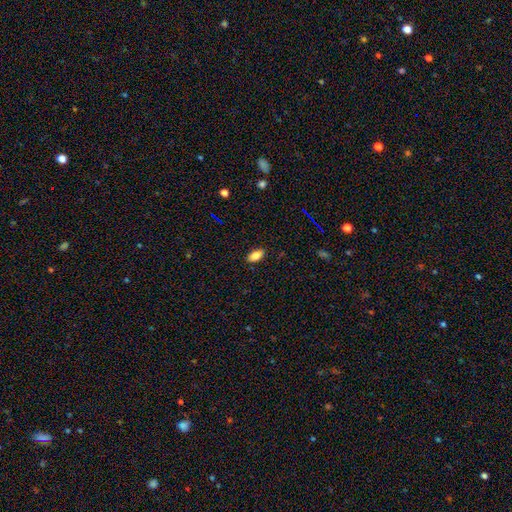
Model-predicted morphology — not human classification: This is clearly a smooth galaxy (85%). How rounded: clearly in between (90%). Merging: clearly none (88%).